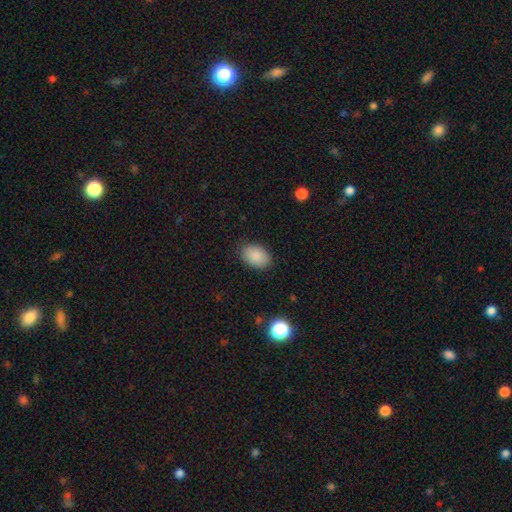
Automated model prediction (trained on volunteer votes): Smooth or featured: smooth — 88% (star or artifact — 8%)
How rounded: in between — 85% (round — 14%)
Merging: none — 86% (minor disturbance — 10%)